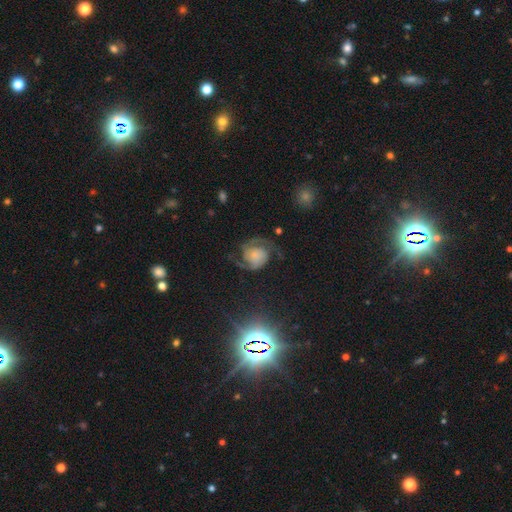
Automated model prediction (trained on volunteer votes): Q: Smooth or featured?
A: featured or disk (78%); runner-up: smooth (14%)
Q: Edge-on disk?
A: no (98%); runner-up: yes (2%)
Q: Bar?
A: no (76%); runner-up: weak (19%)
Q: Spiral arms?
A: yes (96%); runner-up: no (4%)
Q: Spiral winding?
A: medium (47%); runner-up: loose (32%)
Q: Spiral arm count?
A: 2 (89%); runner-up: 3 (3%)
Q: Bulge size?
A: none (31%); runner-up: small (27%)
Q: Merging?
A: none (62%); runner-up: minor disturbance (19%)